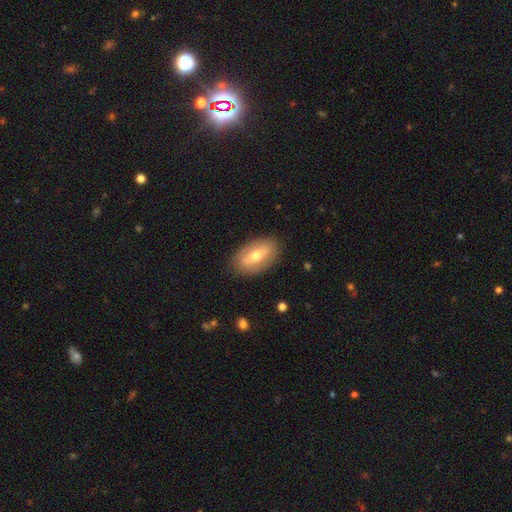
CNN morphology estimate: smooth-or-featured: smooth: 50% | featured or disk: 44% | star or artifact: 7%
  merging: none: 86% | minor disturbance: 10% | major disturbance: 3% | merger: 1%